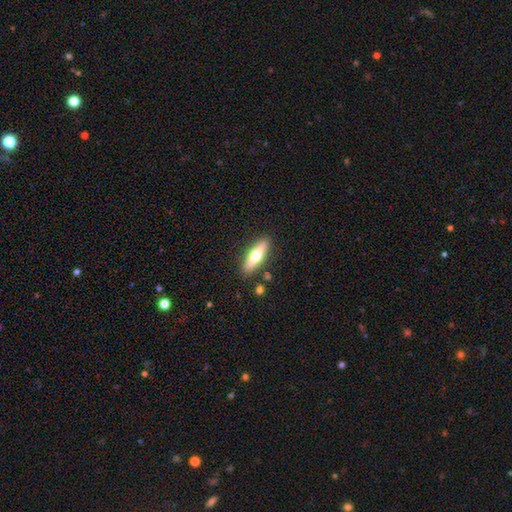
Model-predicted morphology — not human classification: Smooth or featured? Predicted: smooth (p=0.53). How rounded? Predicted: cigar-shaped (p=0.55). Merging? Predicted: none (p=0.87).